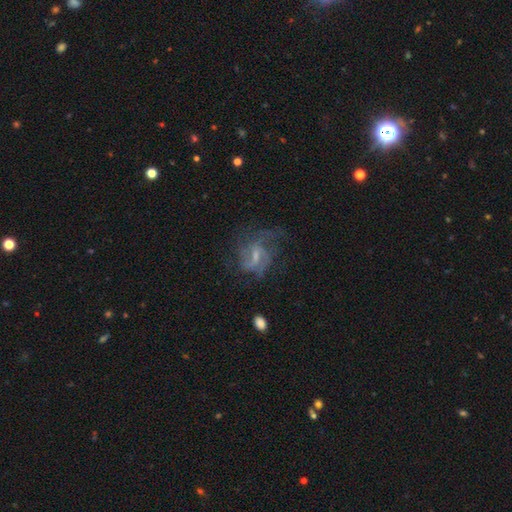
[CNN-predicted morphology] A featured or disk galaxy (73%) with a weak bar (55%), 2 (32%, tied with can't tell) medium (45%) spiral arms (81%) and a small central bulge (46%).

Vote fractions:
- Smooth or featured? featured or disk: 73% / smooth: 17% / star or artifact: 10%
- Edge-on disk? no: 97% / yes: 3%
- Bar? weak: 55% / no: 28% / strong: 17%
- Spiral arms? yes: 81% / no: 19%
- Spiral winding? medium: 45% / loose: 31% / tight: 23%
- Spiral arm count? 2: 32% (tied) / can't tell: 32% (tied) / 3: 18% / 1: 8% / 4: 5% / more than 4: 4%
- Bulge size? small: 46% / moderate: 29% / none: 21% / large: 3% / dominant: 1%
- Merging? none: 47% / major disturbance: 30% / minor disturbance: 21% / merger: 2%